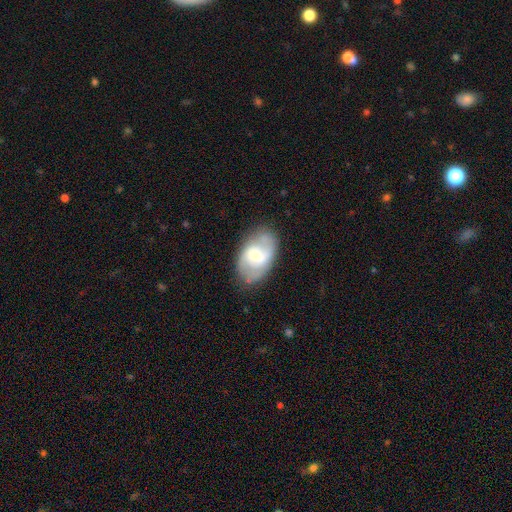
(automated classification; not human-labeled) Morphology: type=featured or disk (67%); edge-on=no (96%); bar=weak (52%); spiral arms=yes (87%); winding=medium (48%); arm count=2 (77%); bulge=small (48%); merging=none (74%).